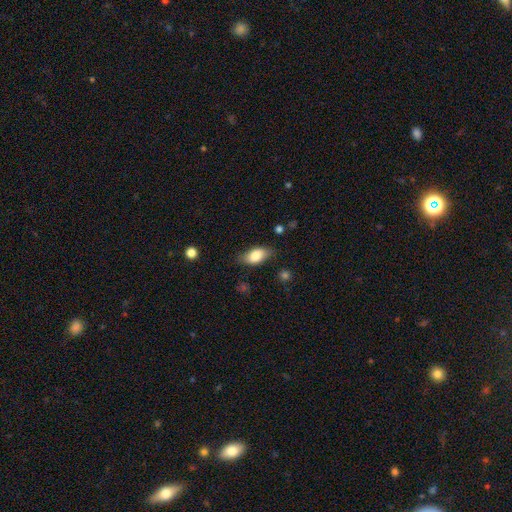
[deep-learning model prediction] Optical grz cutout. It shows a smooth galaxy with no disk features (80%) that is in between round and cigar-shaped (88%). Merging: none (76%).